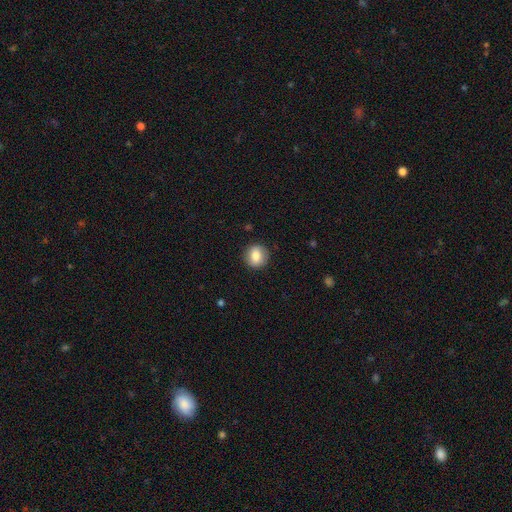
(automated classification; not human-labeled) A smooth galaxy with no disk features (80%) that is round (85%).

Vote fractions:
- Smooth or featured? smooth: 80% / featured or disk: 12% / star or artifact: 8%
- How rounded? round: 85% / in between: 14% / cigar-shaped: 1%
- Merging? none: 87% / minor disturbance: 9% / major disturbance: 3% / merger: 1%